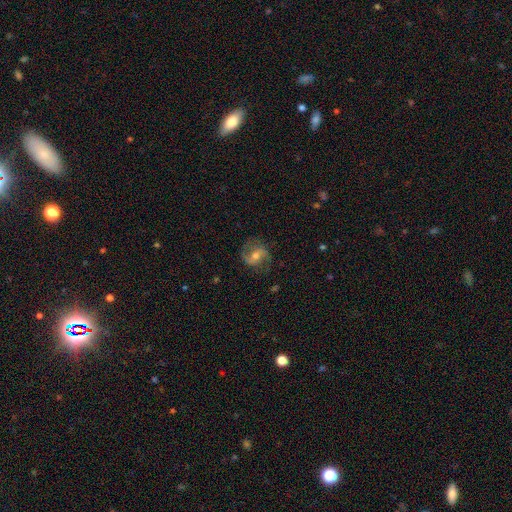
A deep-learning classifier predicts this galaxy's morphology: type=featured or disk (77%); edge-on=no (97%); bar=weak (42%); spiral arms=yes (93%); winding=medium (49%); arm count=2 (88%); bulge=moderate (63%); merging=none (79%).